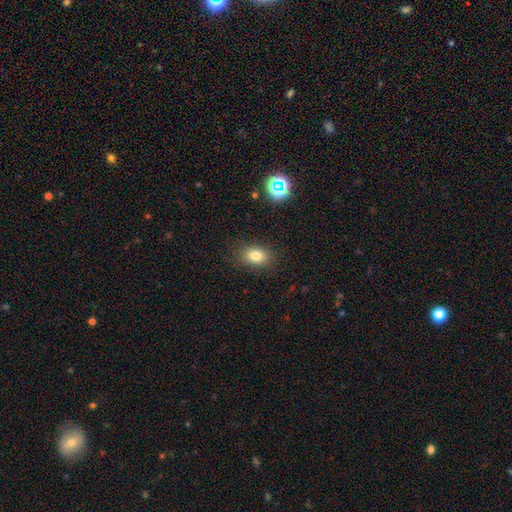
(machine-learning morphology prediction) Smooth or featured?
  - smooth: 79% *
  - star or artifact: 12%
  - featured or disk: 8%
How rounded?
  - in between: 73% *
  - round: 26%
  - cigar-shaped: 1%
Merging?
  - none: 85% *
  - minor disturbance: 11%
  - major disturbance: 3%
  - merger: 1%